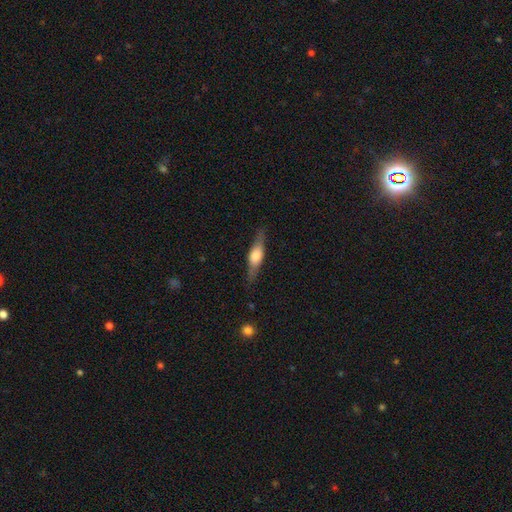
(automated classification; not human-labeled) Smooth or featured?
  - featured or disk: 53% *
  - smooth: 41%
  - star or artifact: 6%
Edge-on disk?
  - yes: 93% *
  - no: 7%
Merging?
  - none: 83% *
  - minor disturbance: 12%
  - major disturbance: 3%
  - merger: 1%